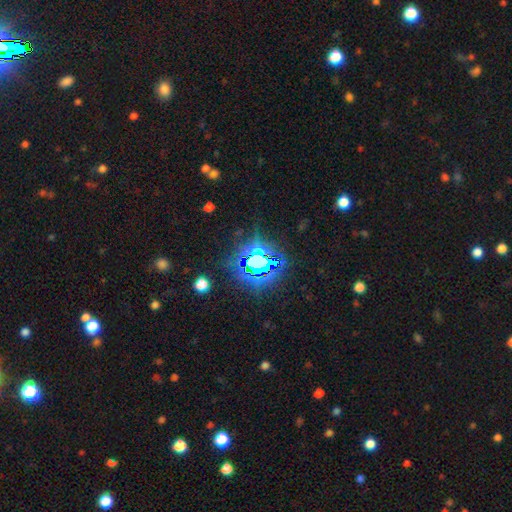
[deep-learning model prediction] Smooth or featured? star or artifact (83%)